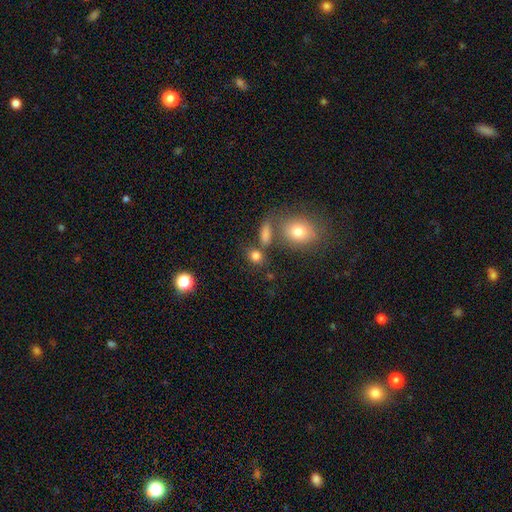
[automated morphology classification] type=smooth (78%); roundness=round (56%); merging=none (63%).